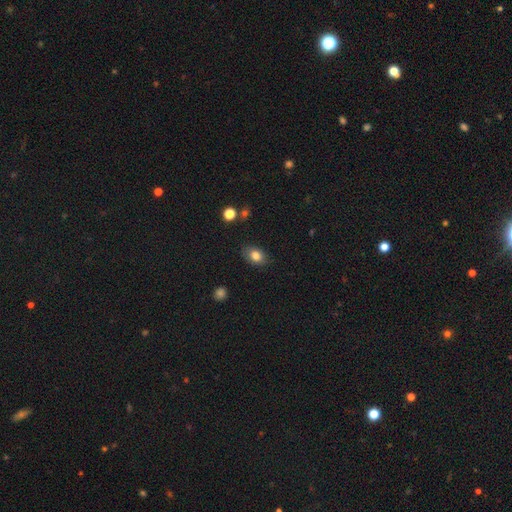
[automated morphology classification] This appears to be a smooth galaxy with no disk features (81%) that is in between round and cigar-shaped (77%). Merging: none (81%).